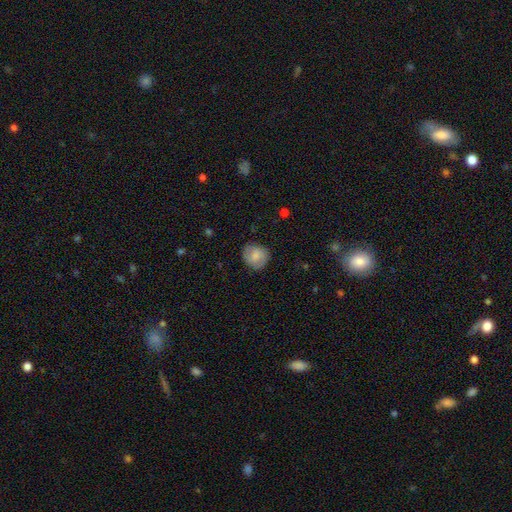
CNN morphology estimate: Smooth or featured? Predicted: smooth (p=0.76). How rounded? Predicted: round (p=0.80). Merging? Predicted: none (p=0.78).